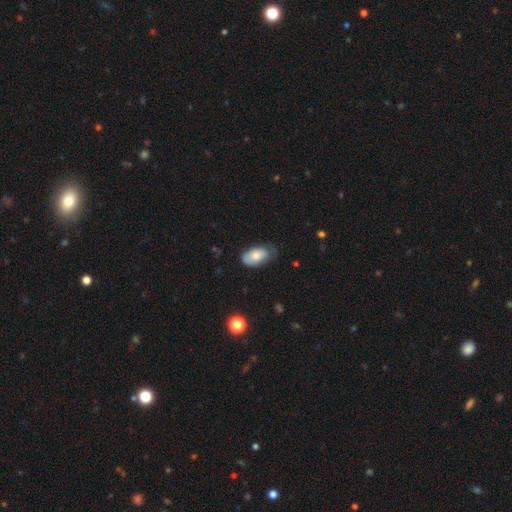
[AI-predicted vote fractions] Smooth or featured? smooth (79%)
How rounded? in between (94%)
Merging? none (59%)